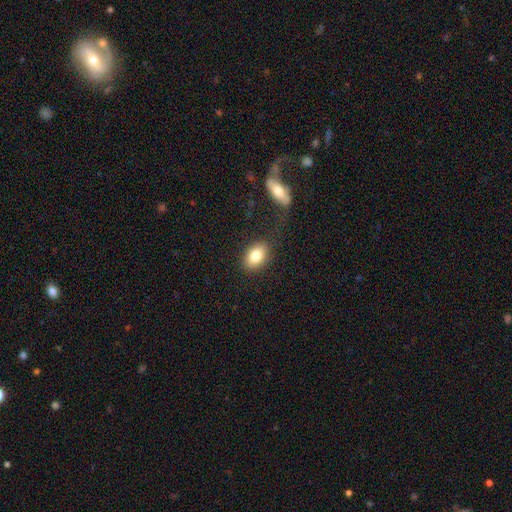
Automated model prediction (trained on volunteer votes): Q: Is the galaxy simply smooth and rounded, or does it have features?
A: smooth — 81%.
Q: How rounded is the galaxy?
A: in between — 83%.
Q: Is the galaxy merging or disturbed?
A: none — 81%.